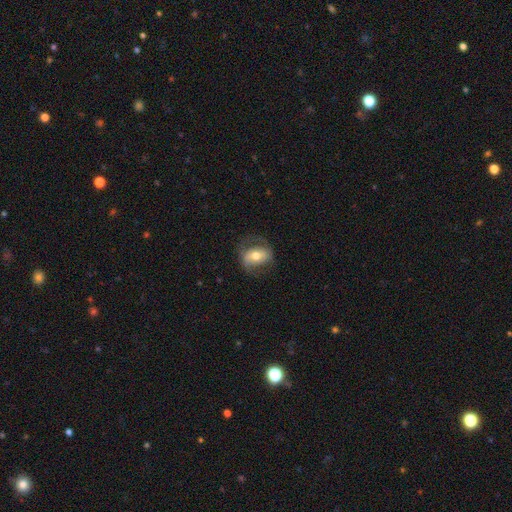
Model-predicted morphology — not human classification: type=featured or disk (51%); edge-on=no (95%); merging=none (64%).